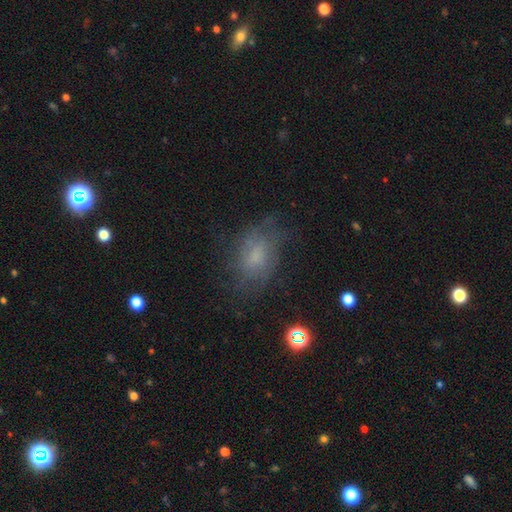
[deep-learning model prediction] This is possibly a smooth galaxy (53%). How rounded: clearly in between (82%). Merging: likely none (63%).